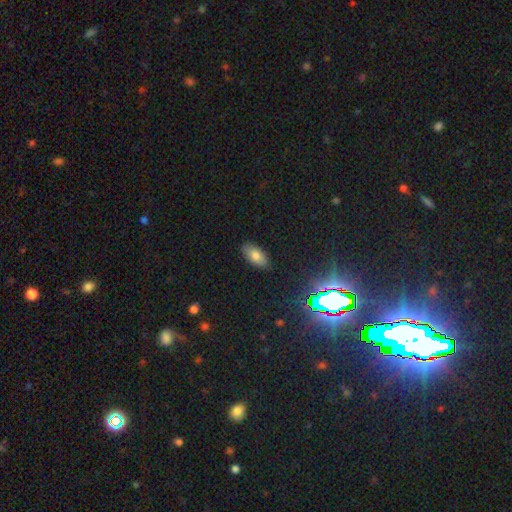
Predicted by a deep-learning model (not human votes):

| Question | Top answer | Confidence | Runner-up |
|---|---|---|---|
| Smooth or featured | smooth | 76% | featured or disk (12%) |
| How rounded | in between | 91% | cigar-shaped (6%) |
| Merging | none | 87% | minor disturbance (10%) |